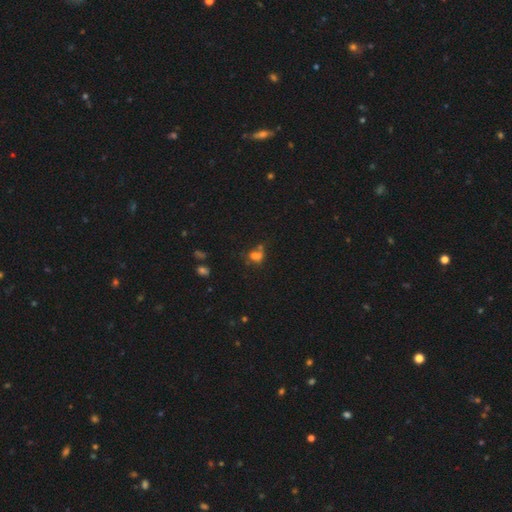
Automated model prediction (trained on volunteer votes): Smooth or featured: smooth — 62% (star or artifact — 21%)
How rounded: round — 53% (in between — 45%)
Merging: merger — 41% (none — 31%)